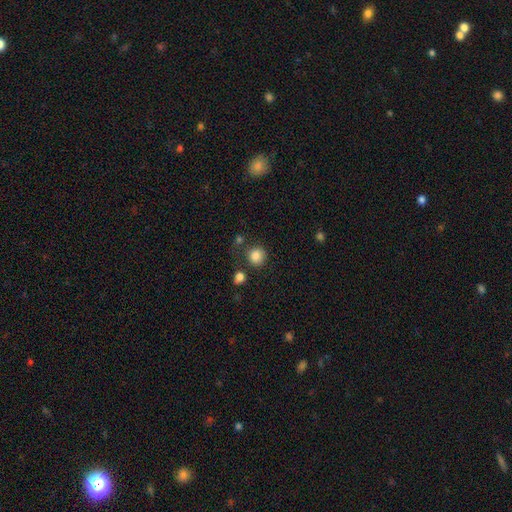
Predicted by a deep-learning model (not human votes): smooth-or-featured: smooth: 85% | star or artifact: 11% | featured or disk: 5%
  how-rounded: round: 88% | in between: 11% | cigar-shaped: 1%
  merging: none: 74% | minor disturbance: 12% | merger: 9% | major disturbance: 5%